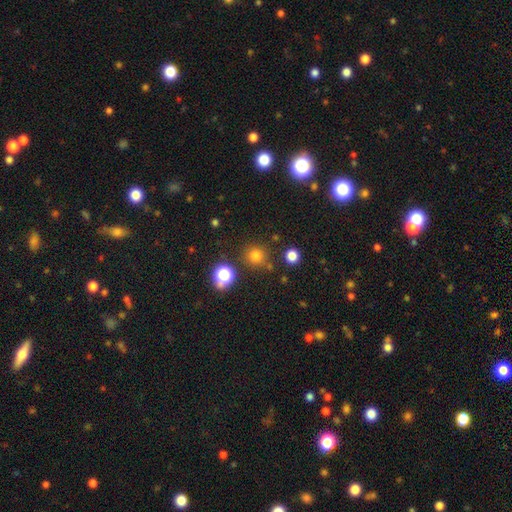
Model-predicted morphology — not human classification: This appears to be a smooth galaxy with no disk features (73%) that is round (92%). Merging: none (81%).